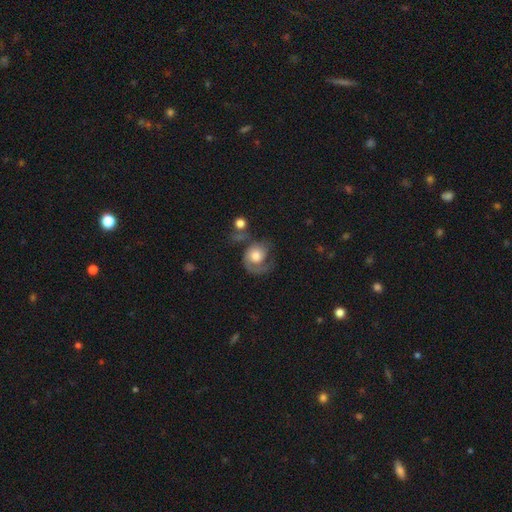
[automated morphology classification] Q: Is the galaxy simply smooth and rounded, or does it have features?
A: featured or disk — 60%.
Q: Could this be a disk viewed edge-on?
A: no — 97%.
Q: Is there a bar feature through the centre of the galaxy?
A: no — 80%.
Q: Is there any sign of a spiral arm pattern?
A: yes — 84%.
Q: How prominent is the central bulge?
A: moderate — 54%.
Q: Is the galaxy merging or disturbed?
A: major disturbance — 38%.